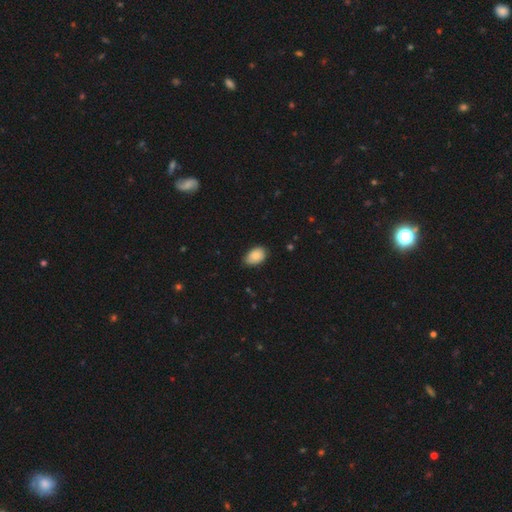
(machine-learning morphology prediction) A smooth galaxy with no disk features (83%) that is in between round and cigar-shaped (88%).

Vote fractions:
- Smooth or featured? smooth: 83% / featured or disk: 10% / star or artifact: 7%
- How rounded? in between: 88% / round: 11% / cigar-shaped: 1%
- Merging? none: 74% / minor disturbance: 23% / major disturbance: 3% / merger: 1%